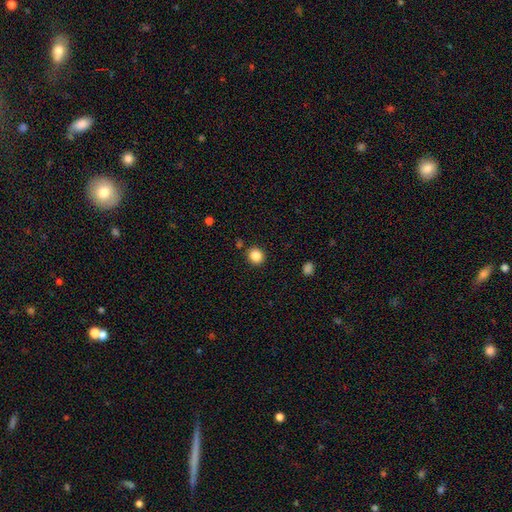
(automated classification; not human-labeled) Smooth or featured: smooth — 86% (star or artifact — 10%)
How rounded: round — 86% (in between — 13%)
Merging: none — 89% (minor disturbance — 6%)